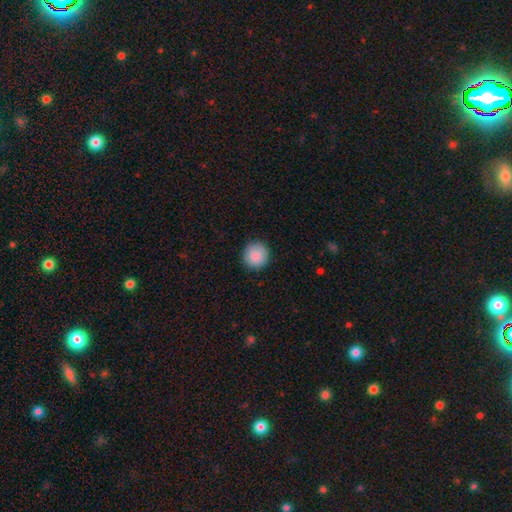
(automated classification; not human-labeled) This appears to be a smooth galaxy with no disk features (89%) that is round (93%). Merging: none (90%).